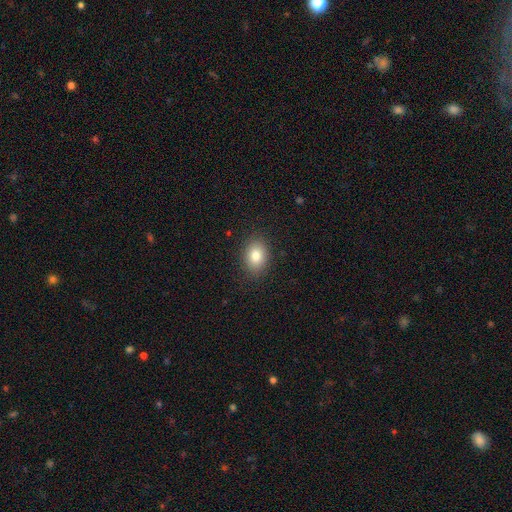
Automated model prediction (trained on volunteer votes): Smooth or featured? smooth (82%)
How rounded? in between (68%)
Merging? none (87%)